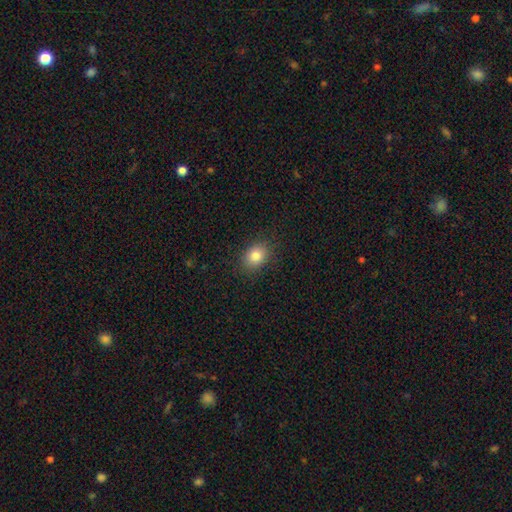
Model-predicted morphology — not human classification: The model was most divided on "how rounded": in between: 59%, round: 40%, cigar-shaped: 1%. More confident: merging — none (88%); smooth or featured — smooth (83%).